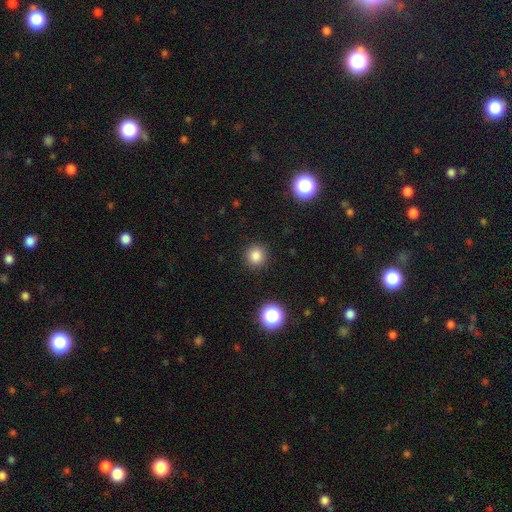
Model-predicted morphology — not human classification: Overall: smooth (82%). How rounded: round (93%). Merging: none (91%).